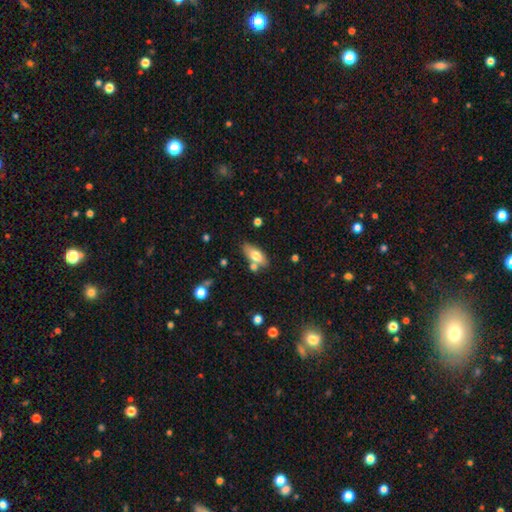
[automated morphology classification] The model was most divided on "merging": none: 65%, merger: 16%, minor disturbance: 16%, major disturbance: 4%. More confident: how rounded — in between (84%); smooth or featured — smooth (71%).